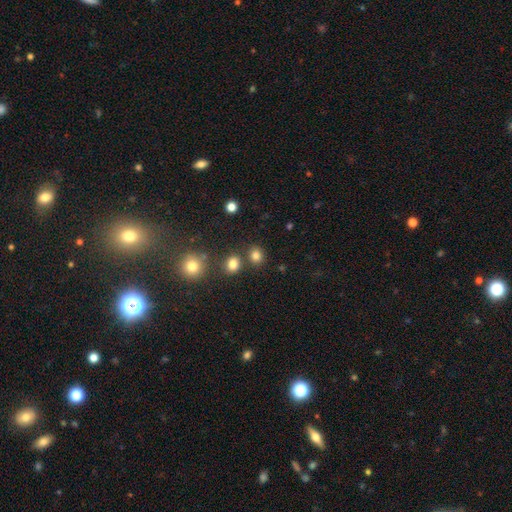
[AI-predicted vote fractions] Smooth or featured: smooth — 81% (star or artifact — 14%)
How rounded: round — 70% (in between — 29%)
Merging: none — 77% (merger — 11%)